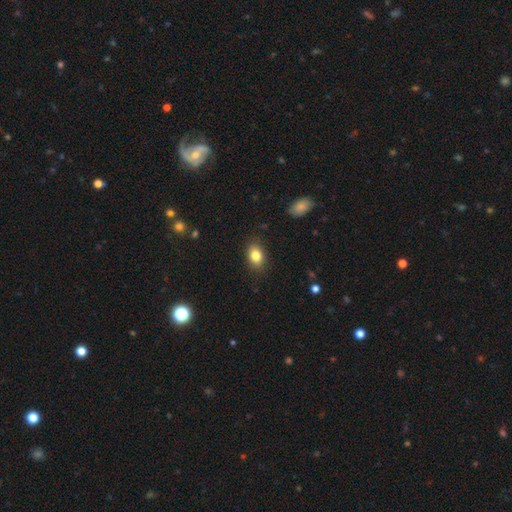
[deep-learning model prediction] Smooth or featured? Predicted: smooth (p=0.83). How rounded? Predicted: in between (p=0.76). Merging? Predicted: none (p=0.85).